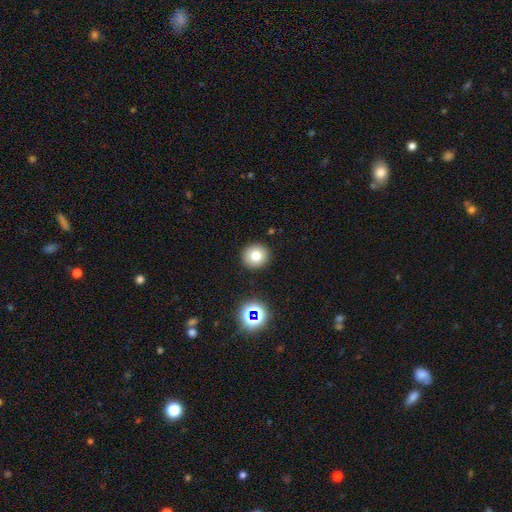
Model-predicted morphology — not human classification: Overall: smooth (75%). How rounded: round (92%). Merging: none (91%).